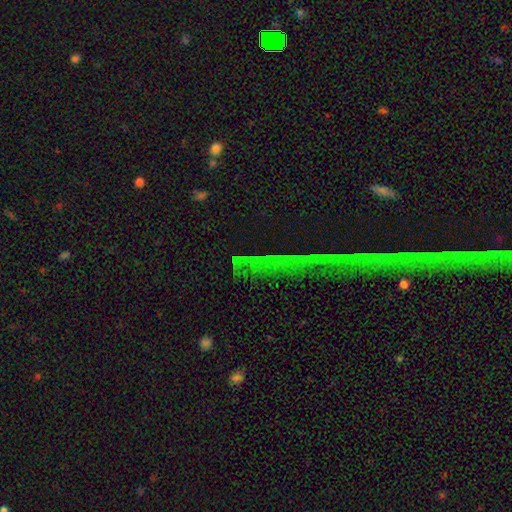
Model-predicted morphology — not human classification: star or artifact 73%, smooth 14%, featured or disk 13%.